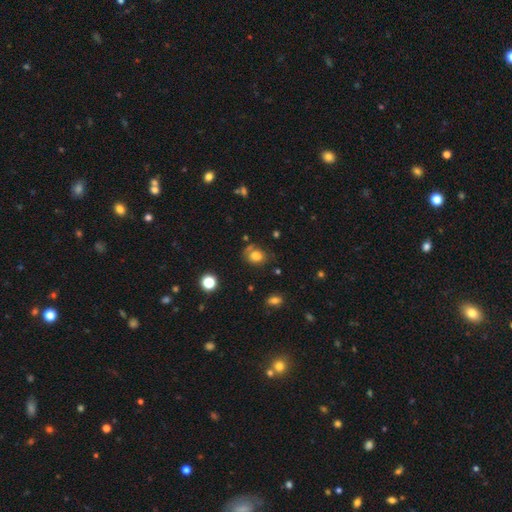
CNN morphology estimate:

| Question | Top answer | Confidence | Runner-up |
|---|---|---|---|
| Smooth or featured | smooth | 74% | star or artifact (13%) |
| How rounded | in between | 51% | round (48%) |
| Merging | none | 60% | minor disturbance (23%) |